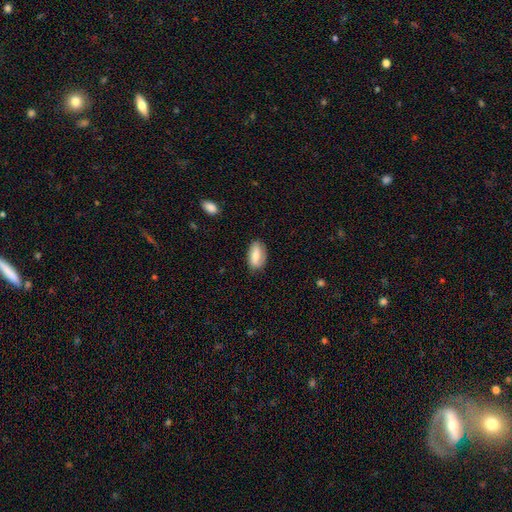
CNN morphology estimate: Smooth or featured?
  - smooth: 69% *
  - featured or disk: 25%
  - star or artifact: 7%
How rounded?
  - in between: 92% *
  - round: 5%
  - cigar-shaped: 4%
Merging?
  - none: 79% *
  - minor disturbance: 16%
  - major disturbance: 3%
  - merger: 1%